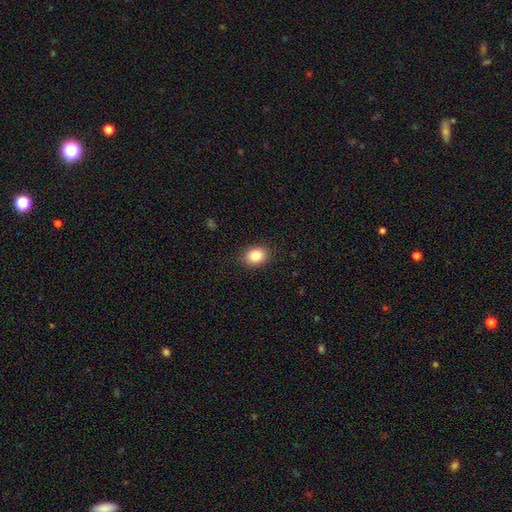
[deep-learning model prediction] smooth 85%, star or artifact 9%, featured or disk 6%. Down the decision tree: how rounded — in between (60%); merging — none (88%).